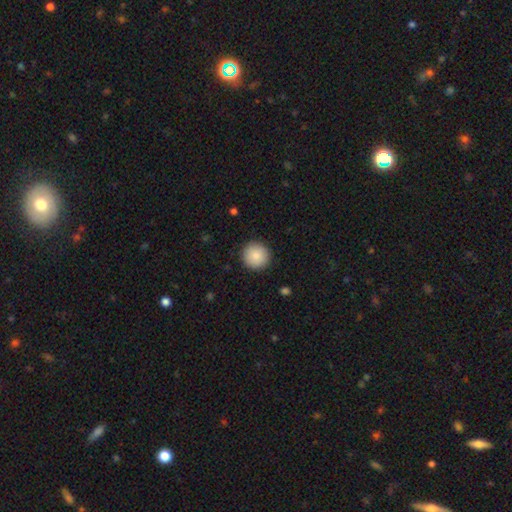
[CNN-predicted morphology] This is clearly a smooth galaxy (87%). How rounded: clearly round (95%). Merging: clearly none (91%).